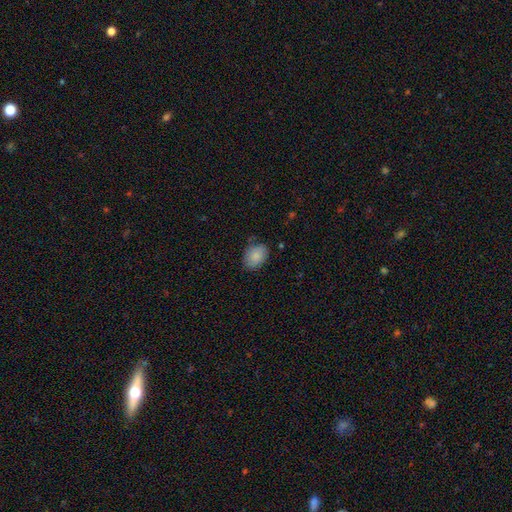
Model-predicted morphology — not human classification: Overall: smooth (87%). How rounded: in between (78%). Merging: none (77%).